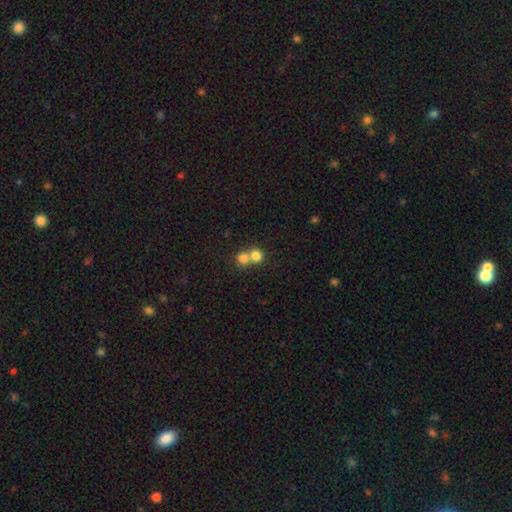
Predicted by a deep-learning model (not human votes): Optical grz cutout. It shows a smooth galaxy with no disk features (77%) that is round (82%). Merging: merger (59%).